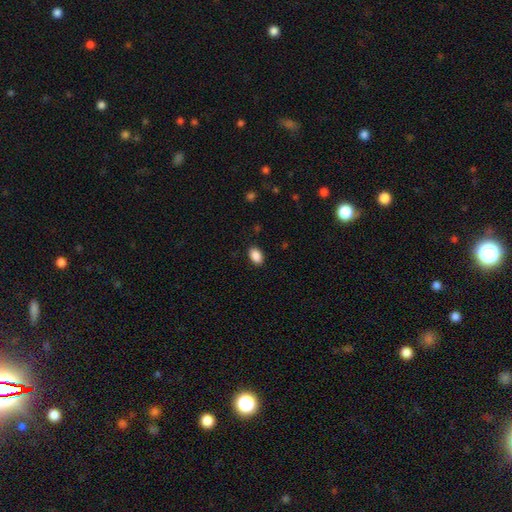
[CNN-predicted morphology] A smooth galaxy with no disk features (89%) that is in between round and cigar-shaped (89%).

Vote fractions:
- Smooth or featured? smooth: 89% / star or artifact: 8% / featured or disk: 3%
- How rounded? in between: 89% / round: 10% / cigar-shaped: 1%
- Merging? none: 88% / minor disturbance: 9% / major disturbance: 2% / merger: 1%